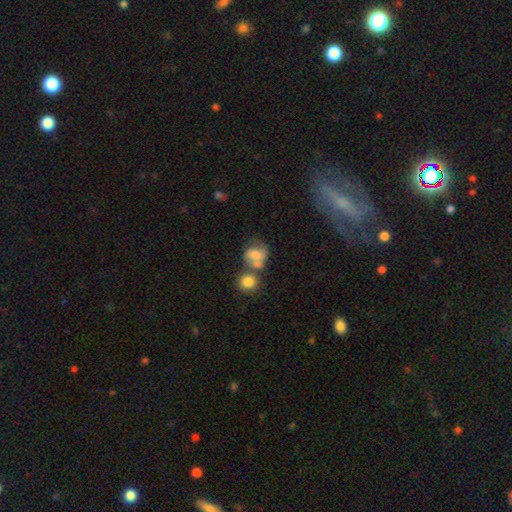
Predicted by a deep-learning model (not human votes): Smooth or featured? Predicted: smooth (p=0.52). How rounded? Predicted: round (p=0.56). Merging? Predicted: merger (p=0.39).